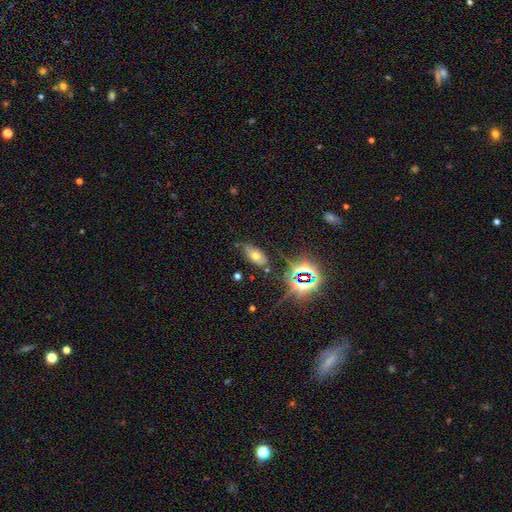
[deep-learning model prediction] Smooth or featured? smooth (50%)
How rounded? in between (89%)
Merging? none (69%)